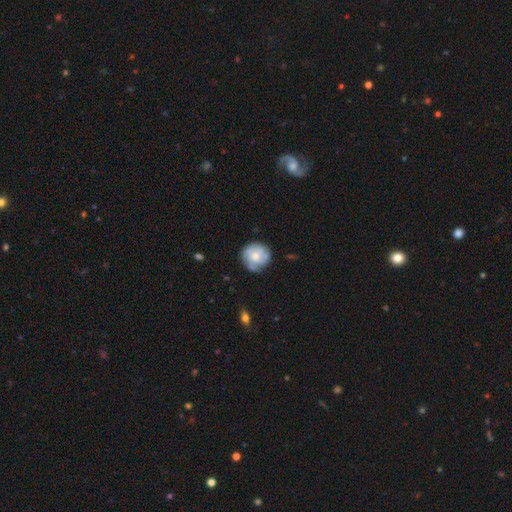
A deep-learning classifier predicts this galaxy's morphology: smooth-or-featured: smooth: 51% | featured or disk: 42% | star or artifact: 7%
  how-rounded: round: 90% | in between: 9% | cigar-shaped: 1%
  merging: none: 72% | minor disturbance: 21% | major disturbance: 6% | merger: 2%